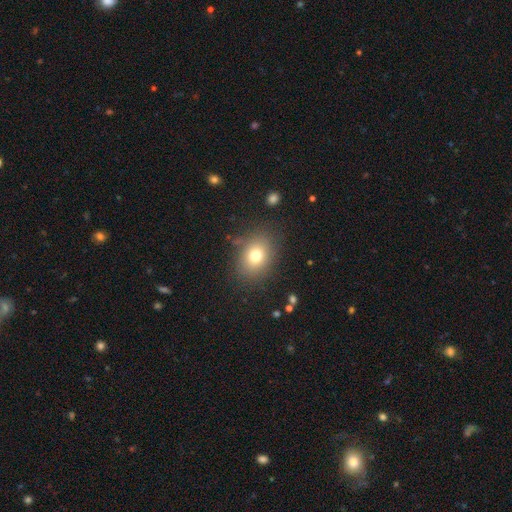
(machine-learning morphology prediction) Overall: smooth (75%). How rounded: in between (57%; round 42%). Merging: none (82%).